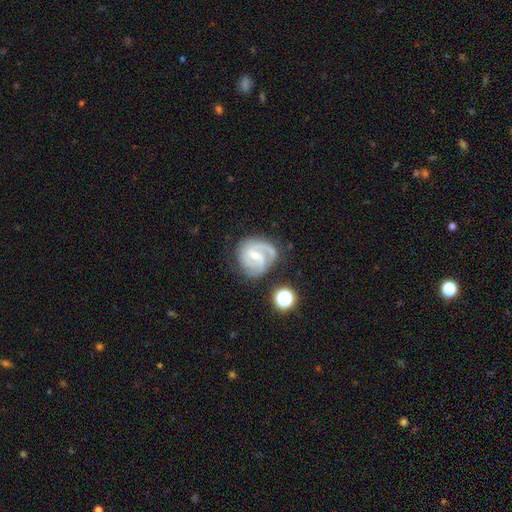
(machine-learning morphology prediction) type=featured or disk (87%); edge-on=no (98%); bar=weak (57%); spiral arms=yes (97%); winding=medium (47%); arm count=2 (53%); bulge=small (56%); merging=none (65%).